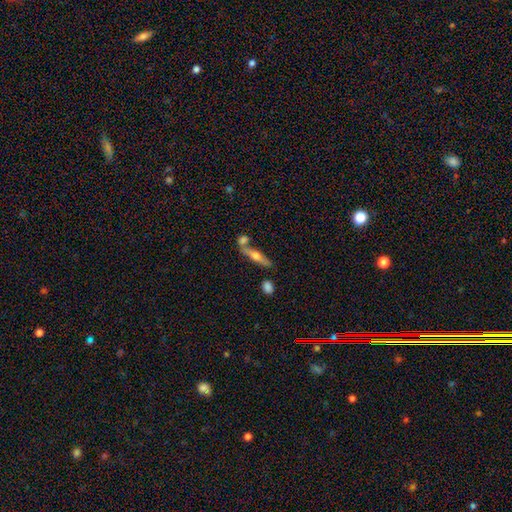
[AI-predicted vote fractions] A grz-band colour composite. It shows a featured or disk galaxy (49%). Merging: none (61%).